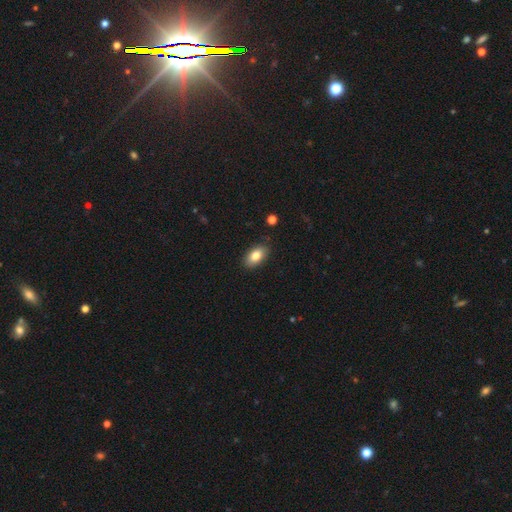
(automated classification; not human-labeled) A smooth galaxy with no disk features (82%) that is in between round and cigar-shaped (92%).

Vote fractions:
- Smooth or featured? smooth: 82% / featured or disk: 11% / star or artifact: 7%
- How rounded? in between: 92% / round: 5% / cigar-shaped: 2%
- Merging? none: 88% / minor disturbance: 9% / major disturbance: 2% / merger: 1%